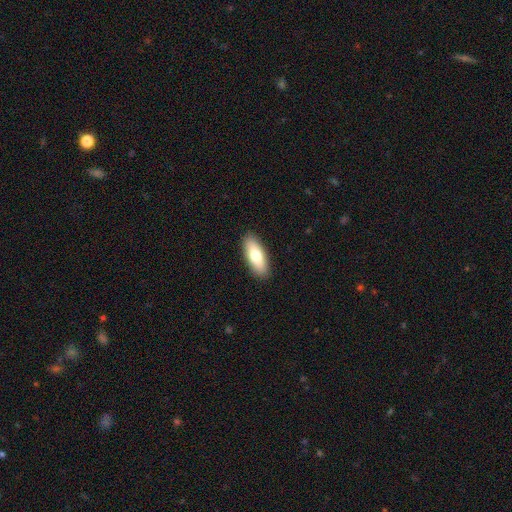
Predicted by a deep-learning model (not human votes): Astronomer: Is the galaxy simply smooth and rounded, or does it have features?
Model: smooth — 74%.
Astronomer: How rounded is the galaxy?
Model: in between — 73%.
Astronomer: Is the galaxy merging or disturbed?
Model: none — 90%.